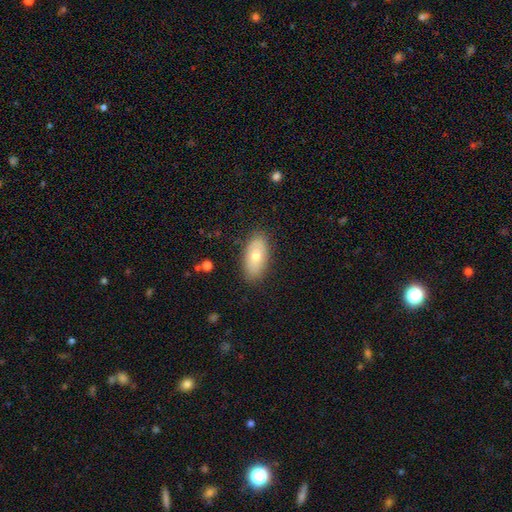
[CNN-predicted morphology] Smooth or featured? smooth (69%)
How rounded? in between (92%)
Merging? none (84%)